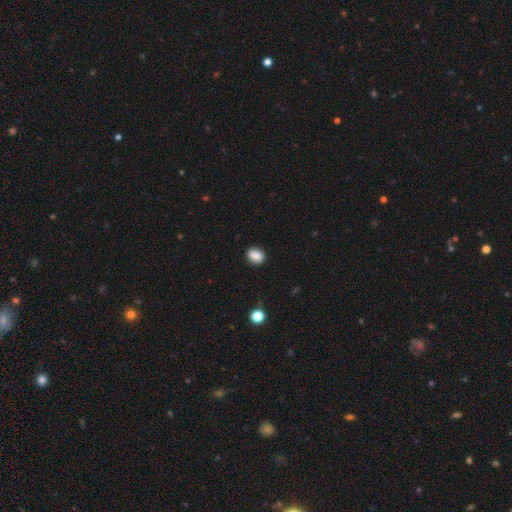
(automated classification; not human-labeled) Overall: smooth (85%). How rounded: in between (53%; round 46%). Merging: none (86%).